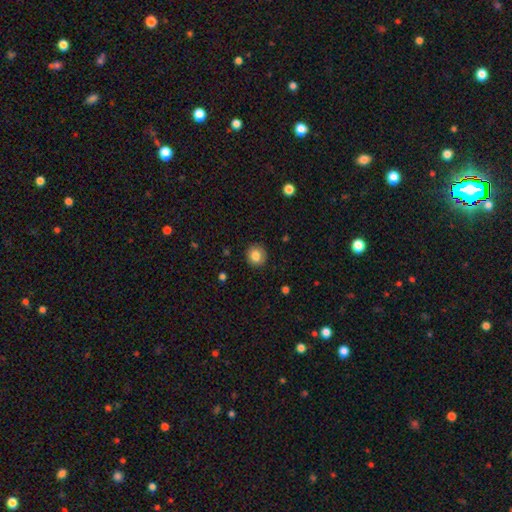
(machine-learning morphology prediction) Overall: smooth (82%). How rounded: round (91%). Merging: none (90%).